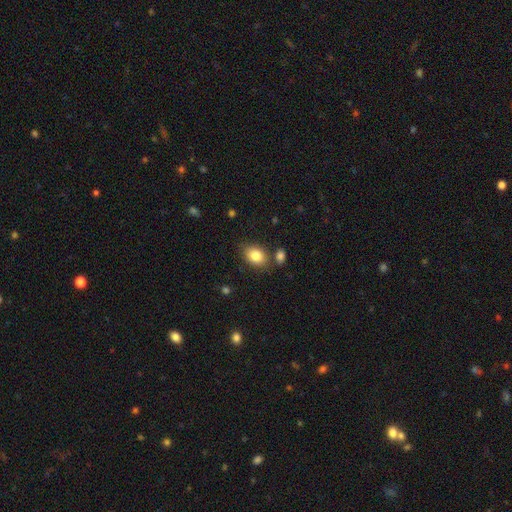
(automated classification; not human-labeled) Smooth or featured? smooth (84%)
How rounded? in between (75%)
Merging? none (74%)